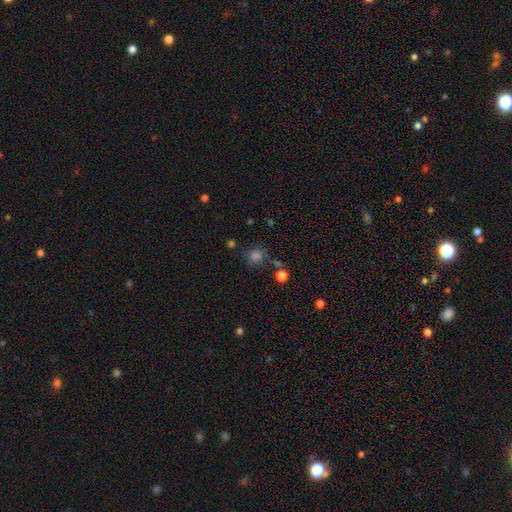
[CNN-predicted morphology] Q: Smooth or featured?
A: smooth (70%); runner-up: star or artifact (22%)
Q: How rounded?
A: round (89%); runner-up: in between (10%)
Q: Merging?
A: none (74%); runner-up: minor disturbance (13%)